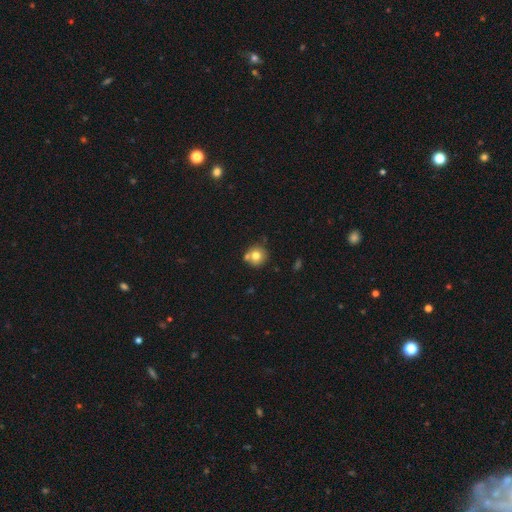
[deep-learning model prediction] smooth-or-featured: smooth: 75% | featured or disk: 15% | star or artifact: 10%
  how-rounded: round: 91% | in between: 8% | cigar-shaped: 1%
  merging: none: 65% | merger: 19% | minor disturbance: 13% | major disturbance: 3%